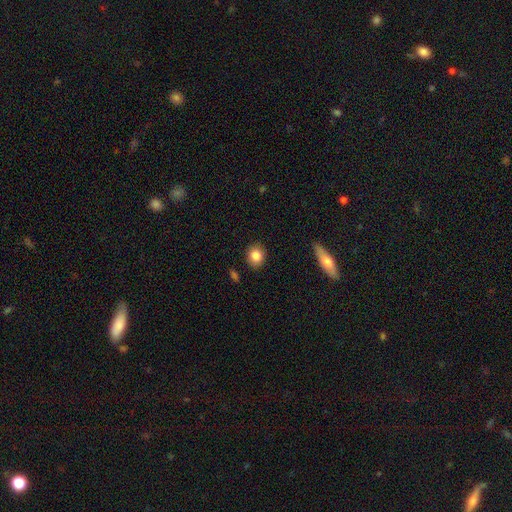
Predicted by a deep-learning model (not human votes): This is clearly a smooth galaxy (85%). How rounded: likely round (70%). Merging: clearly none (88%).